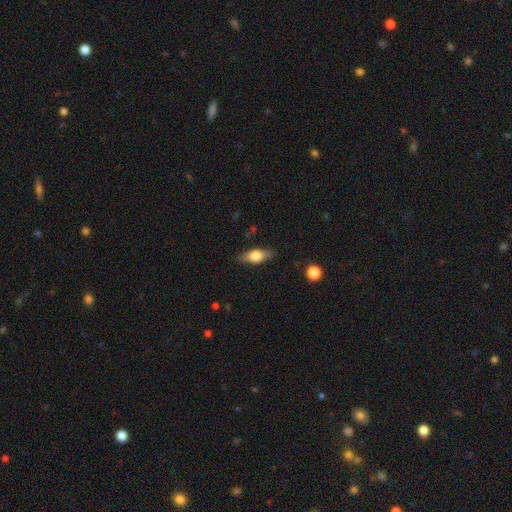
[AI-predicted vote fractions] The model was most divided on "smooth or featured": smooth: 62%, featured or disk: 31%, star or artifact: 7%. More confident: merging — none (82%); how rounded — in between (74%).